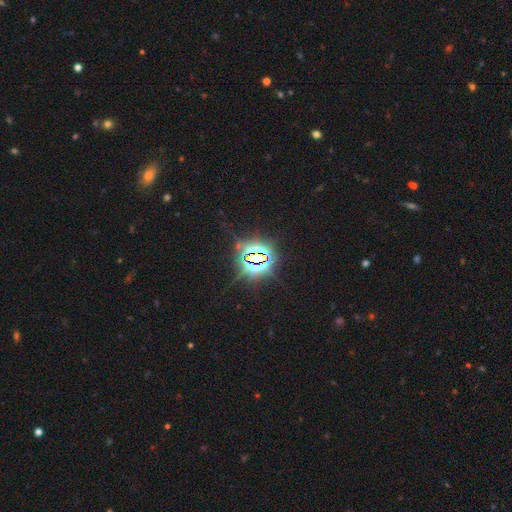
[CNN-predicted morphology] Smooth or featured: star or artifact — 84% (smooth — 9%)